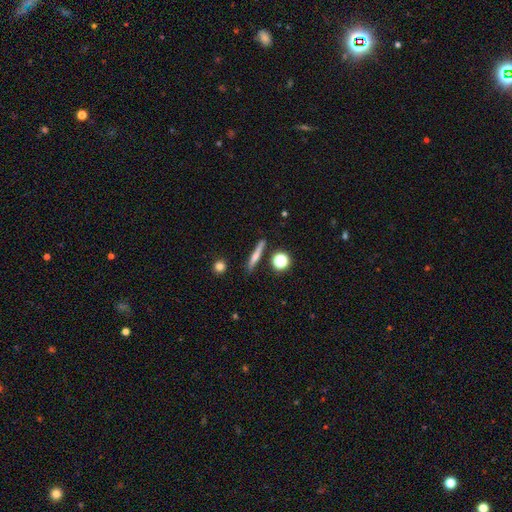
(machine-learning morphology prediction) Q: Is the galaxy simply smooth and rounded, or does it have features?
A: smooth — 53%.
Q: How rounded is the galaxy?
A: cigar-shaped — 84%.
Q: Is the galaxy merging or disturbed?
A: none — 85%.